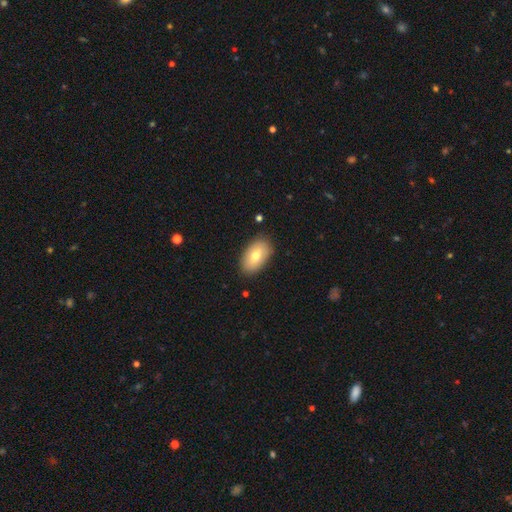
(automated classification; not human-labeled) Overall: smooth (72%). How rounded: in between (93%). Merging: none (86%).